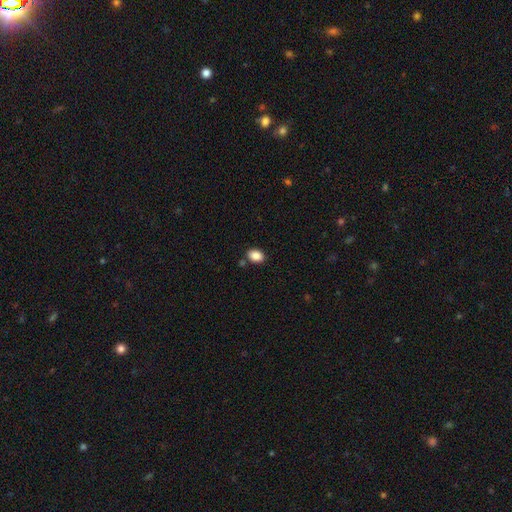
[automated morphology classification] Smooth or featured?
  - smooth: 87% *
  - star or artifact: 9%
  - featured or disk: 4%
How rounded?
  - in between: 79% *
  - round: 20%
  - cigar-shaped: 1%
Merging?
  - none: 82% *
  - minor disturbance: 11%
  - merger: 5%
  - major disturbance: 3%